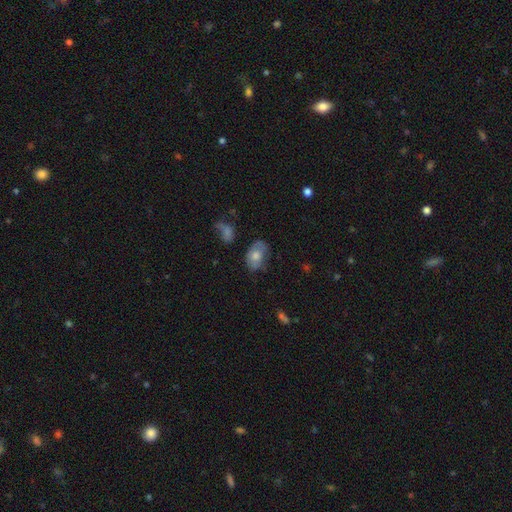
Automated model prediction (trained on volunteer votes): Overall: smooth (63%; featured or disk 29%). How rounded: in between (84%). Merging: none (50%; minor disturbance 31%).